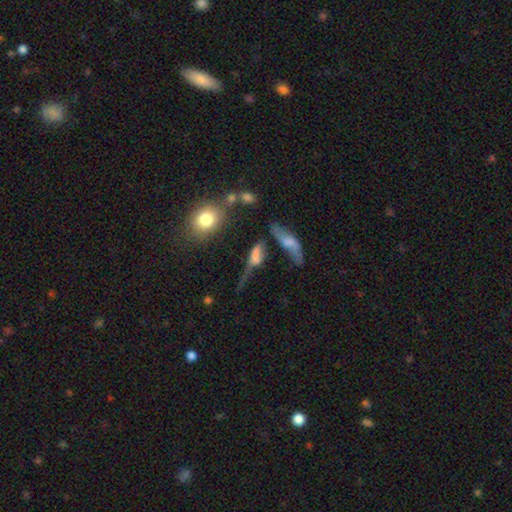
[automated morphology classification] type=smooth (46%); merging=major disturbance (32%).